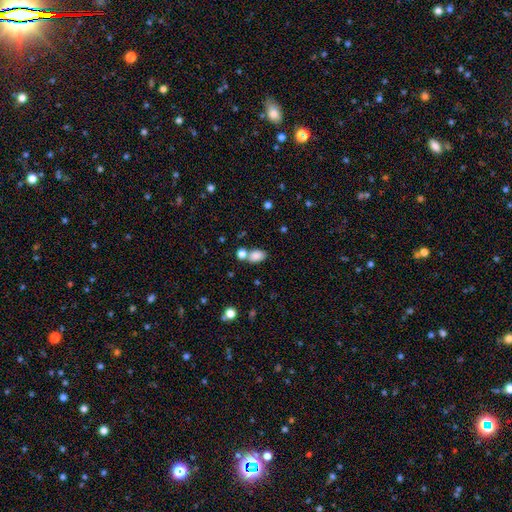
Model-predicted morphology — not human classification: Smooth or featured?
  - smooth: 84% *
  - star or artifact: 10%
  - featured or disk: 7%
How rounded?
  - in between: 83% *
  - round: 16%
  - cigar-shaped: 1%
Merging?
  - none: 56% *
  - merger: 28%
  - minor disturbance: 12%
  - major disturbance: 4%